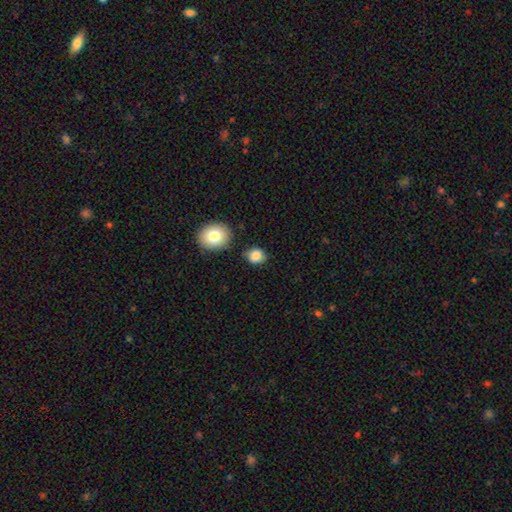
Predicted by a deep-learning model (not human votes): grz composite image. It shows a smooth galaxy with no disk features (85%) that is round (61%). Merging: none (77%).